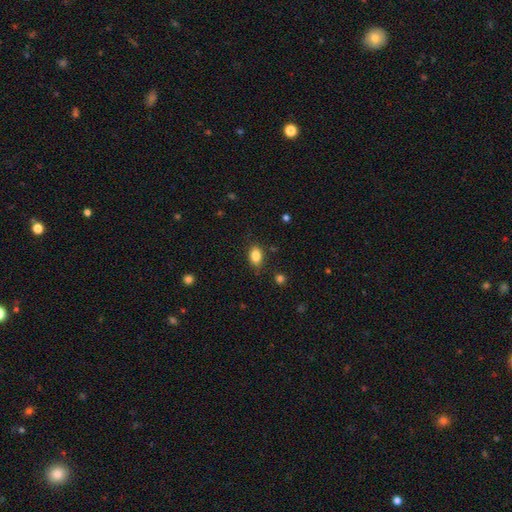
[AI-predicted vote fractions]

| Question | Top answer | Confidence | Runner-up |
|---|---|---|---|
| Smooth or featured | smooth | 85% | star or artifact (9%) |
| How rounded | in between | 83% | round (15%) |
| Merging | none | 82% | minor disturbance (13%) |